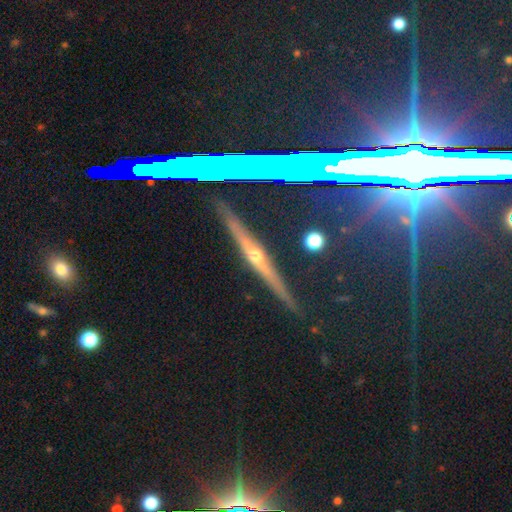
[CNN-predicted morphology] This is likely a featured or disk galaxy (69%). It is clearly viewed edge-on (93%). Edge-on bulge: clearly rounded (88%). Merging: clearly none (88%).